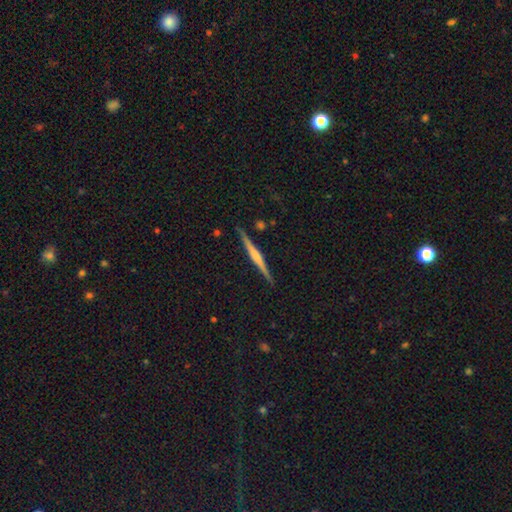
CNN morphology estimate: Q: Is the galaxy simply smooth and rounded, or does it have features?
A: featured or disk — 72%.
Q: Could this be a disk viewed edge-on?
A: yes — 98%.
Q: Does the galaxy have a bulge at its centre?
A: rounded — 59%.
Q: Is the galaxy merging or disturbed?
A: none — 90%.